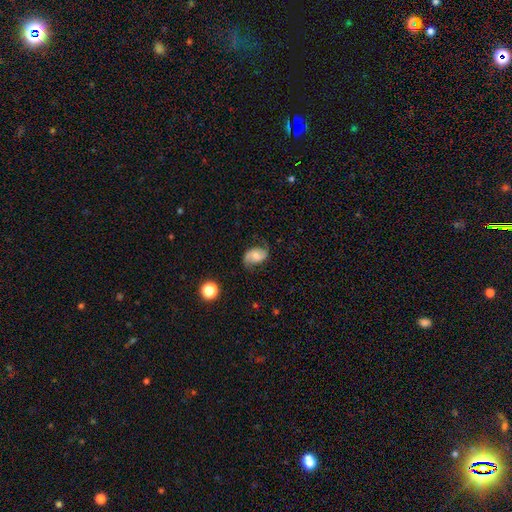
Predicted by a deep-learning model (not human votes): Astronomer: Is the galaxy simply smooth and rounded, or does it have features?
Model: featured or disk — 62%.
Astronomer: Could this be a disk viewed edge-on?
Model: no — 97%.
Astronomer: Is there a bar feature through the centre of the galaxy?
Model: no — 53% (runner-up: weak, 36%).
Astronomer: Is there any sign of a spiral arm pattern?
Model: yes — 91%.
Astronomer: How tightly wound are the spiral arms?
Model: loose — 51% (runner-up: medium, 35%).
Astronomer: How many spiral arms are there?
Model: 2 — 89%.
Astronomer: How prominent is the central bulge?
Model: moderate — 50% (runner-up: small, 38%).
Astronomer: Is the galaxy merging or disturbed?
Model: none — 69%.